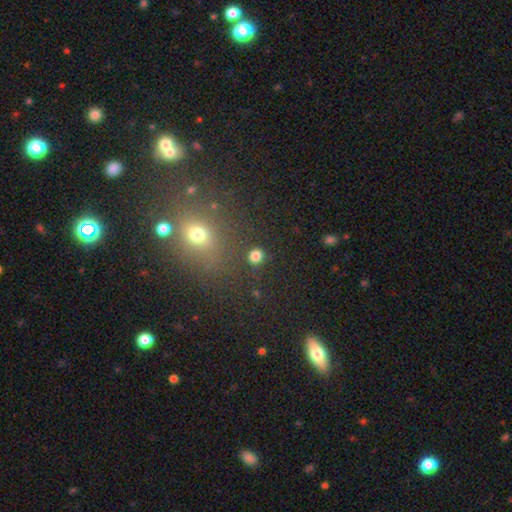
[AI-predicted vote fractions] Smooth or featured? smooth (81%)
How rounded? round (81%)
Merging? none (85%)